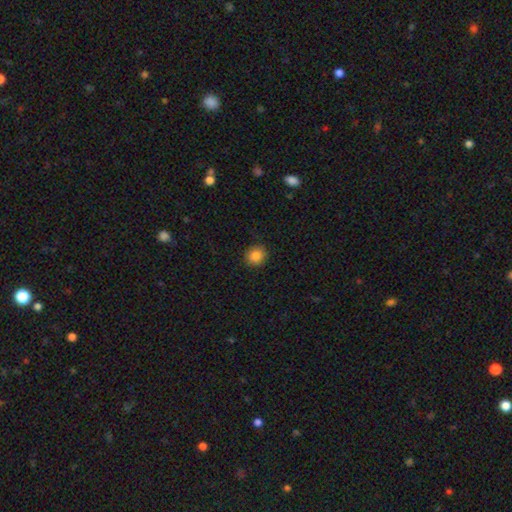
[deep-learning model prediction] A smooth galaxy with no disk features (86%) that is round (84%).

Vote fractions:
- Smooth or featured? smooth: 86% / star or artifact: 10% / featured or disk: 4%
- How rounded? round: 84% / in between: 15% / cigar-shaped: 1%
- Merging? none: 90% / minor disturbance: 7% / major disturbance: 2% / merger: 1%